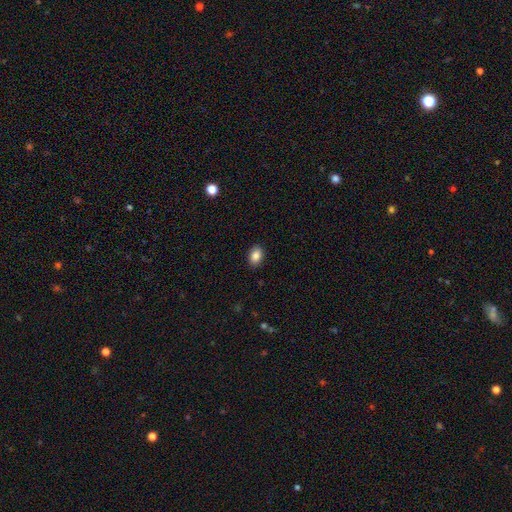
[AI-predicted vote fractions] Smooth or featured?
  - smooth: 87% *
  - star or artifact: 8%
  - featured or disk: 5%
How rounded?
  - in between: 85% *
  - round: 14%
  - cigar-shaped: 1%
Merging?
  - none: 89% *
  - minor disturbance: 8%
  - major disturbance: 2%
  - merger: 1%